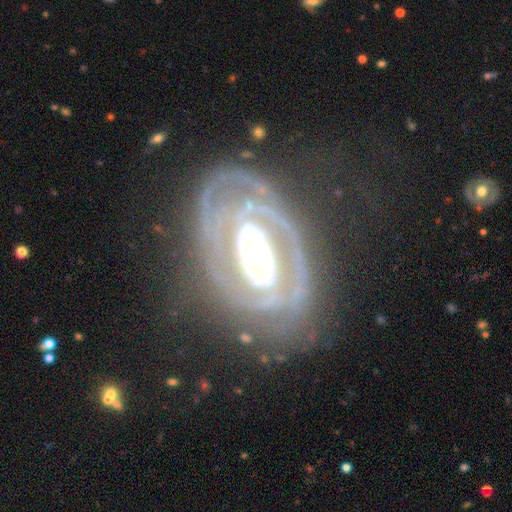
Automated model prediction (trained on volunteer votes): Smooth or featured? Predicted: featured or disk (p=0.88). Edge-on disk? Predicted: no (p=0.95). Bar? Predicted: no (p=0.61). Spiral arms? Predicted: yes (p=0.85). Spiral winding? Predicted: tight (p=0.69). Spiral arm count? Predicted: 2 (p=0.42). Bulge size? Predicted: moderate (p=0.60). Merging? Predicted: none (p=0.69).